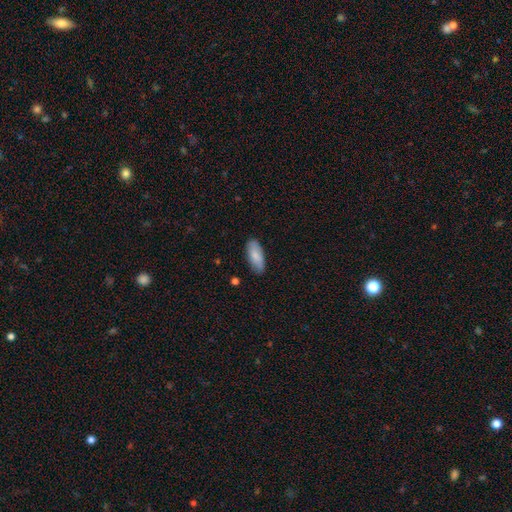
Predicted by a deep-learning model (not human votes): Smooth or featured: smooth — 82% (featured or disk — 11%)
How rounded: in between — 81% (cigar-shaped — 17%)
Merging: none — 81% (minor disturbance — 15%)